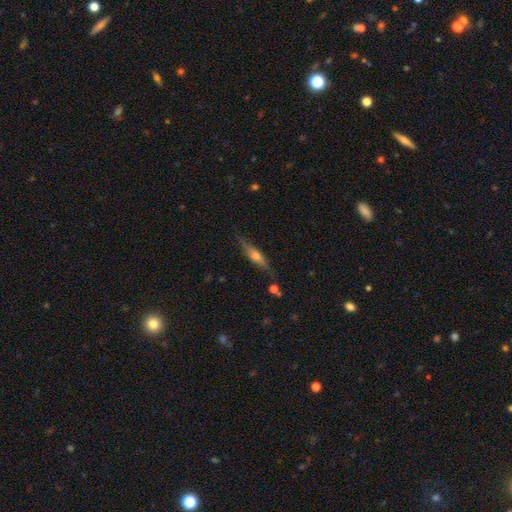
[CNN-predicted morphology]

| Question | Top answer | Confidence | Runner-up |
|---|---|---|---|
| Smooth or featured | featured or disk | 61% | smooth (32%) |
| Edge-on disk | yes | 93% | no (7%) |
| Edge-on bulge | rounded | 84% | boxy (9%) |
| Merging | none | 81% | minor disturbance (14%) |